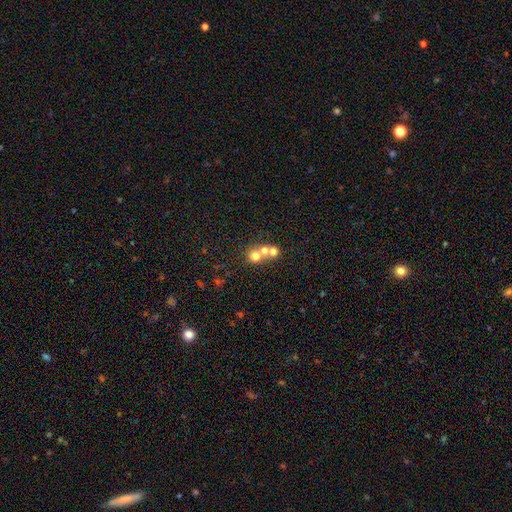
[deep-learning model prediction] Q: Smooth or featured?
A: smooth (64%); runner-up: featured or disk (22%)
Q: How rounded?
A: round (84%); runner-up: in between (15%)
Q: Merging?
A: merger (60%); runner-up: none (32%)